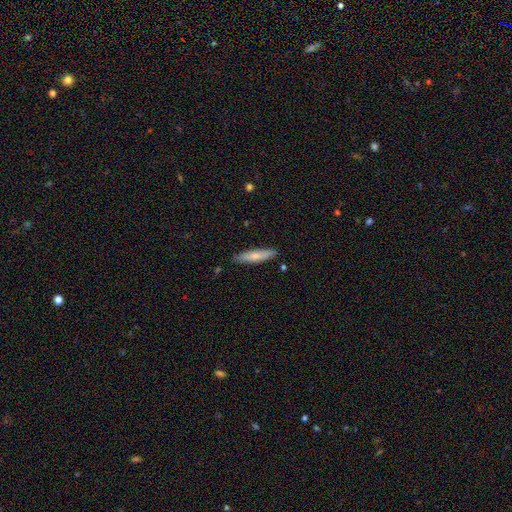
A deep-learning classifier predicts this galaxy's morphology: A smooth galaxy with no disk features (66%) that is cigar-shaped (82%).

Vote fractions:
- Smooth or featured? smooth: 66% / featured or disk: 28% / star or artifact: 6%
- How rounded? cigar-shaped: 82% / in between: 17% / round: 2%
- Merging? none: 84% / minor disturbance: 12% / major disturbance: 2% / merger: 2%